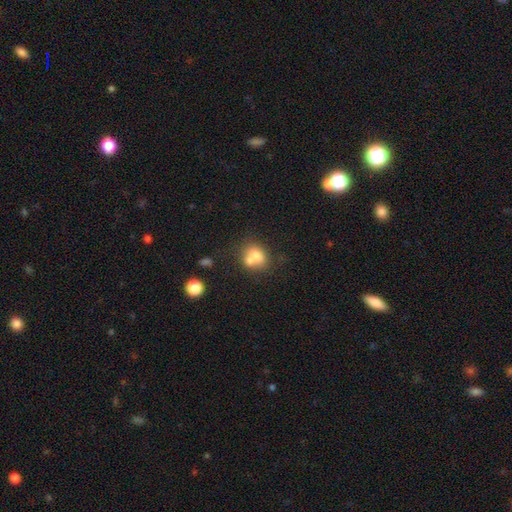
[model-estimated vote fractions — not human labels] Smooth or featured?
  - smooth: 71% *
  - featured or disk: 19%
  - star or artifact: 11%
How rounded?
  - round: 54% *
  - in between: 45%
  - cigar-shaped: 1%
Merging?
  - merger: 49% *
  - none: 36%
  - minor disturbance: 10%
  - major disturbance: 4%